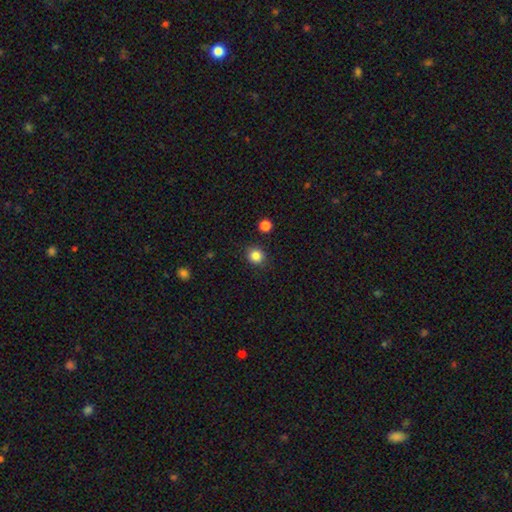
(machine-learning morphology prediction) Smooth or featured? Predicted: smooth (p=0.84). How rounded? Predicted: round (p=0.82). Merging? Predicted: none (p=0.89).